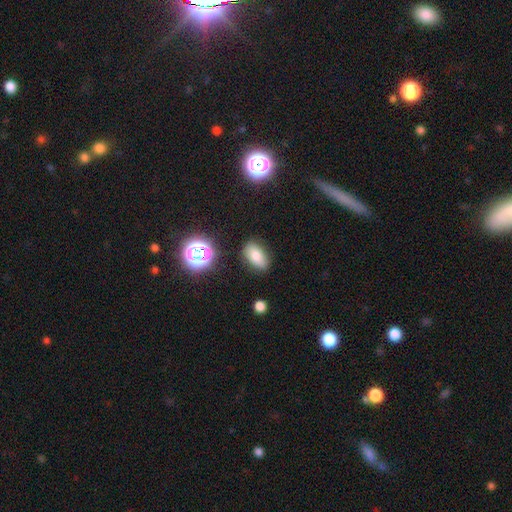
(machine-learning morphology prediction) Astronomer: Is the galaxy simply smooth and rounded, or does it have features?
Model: smooth — 75%.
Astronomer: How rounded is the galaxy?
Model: in between — 86%.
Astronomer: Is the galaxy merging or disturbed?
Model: none — 82%.